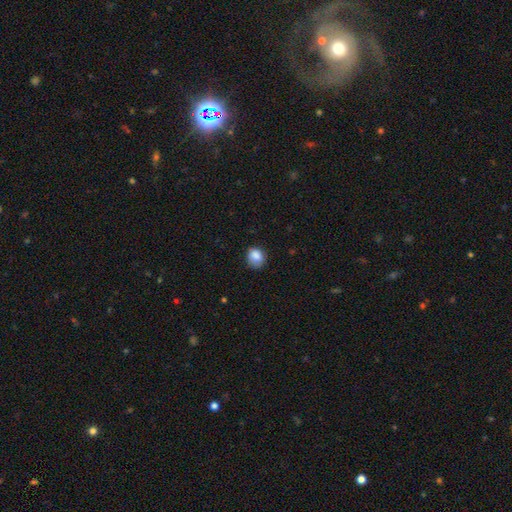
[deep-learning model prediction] Q: Smooth or featured?
A: smooth (84%); runner-up: star or artifact (9%)
Q: How rounded?
A: round (67%); runner-up: in between (33%)
Q: Merging?
A: none (67%); runner-up: minor disturbance (25%)